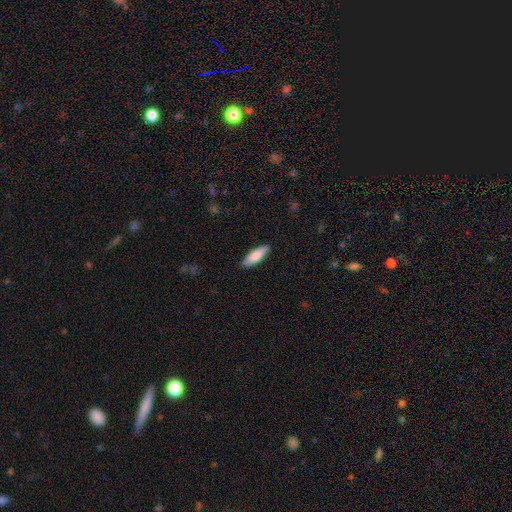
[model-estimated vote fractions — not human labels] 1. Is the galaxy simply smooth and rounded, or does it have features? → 81% smooth, 14% featured or disk, 5% star or artifact.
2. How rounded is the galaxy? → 51% in between, 47% cigar-shaped, 2% round.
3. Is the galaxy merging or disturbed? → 89% none, 8% minor disturbance, 2% major disturbance, 1% merger.